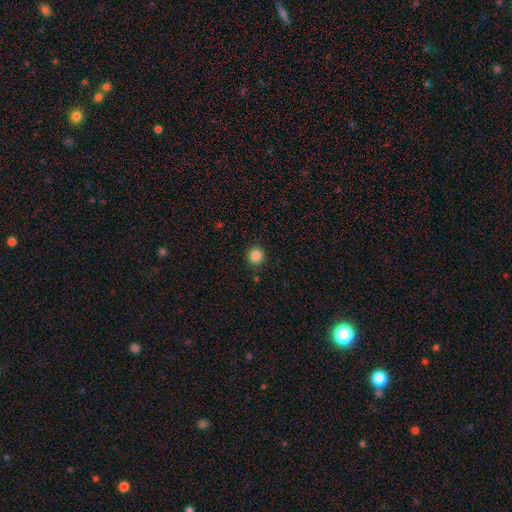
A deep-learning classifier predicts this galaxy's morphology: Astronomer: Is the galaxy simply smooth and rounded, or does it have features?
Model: smooth — 86%.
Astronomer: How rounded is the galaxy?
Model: round — 92%.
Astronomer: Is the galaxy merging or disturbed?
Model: none — 90%.